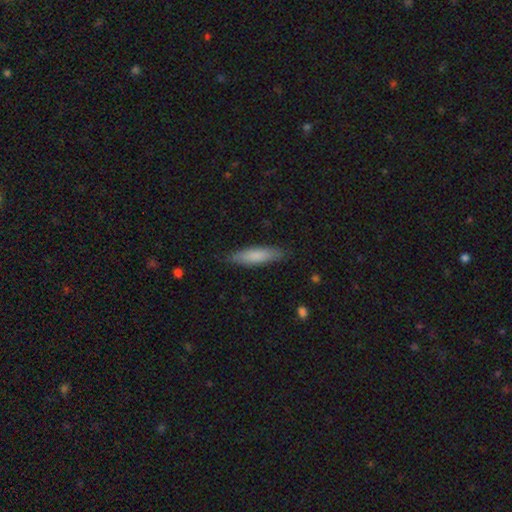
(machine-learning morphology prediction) smooth-or-featured: smooth: 80% | featured or disk: 14% | star or artifact: 6%
  how-rounded: cigar-shaped: 74% | in between: 24% | round: 1%
  merging: none: 86% | minor disturbance: 10% | major disturbance: 2% | merger: 1%